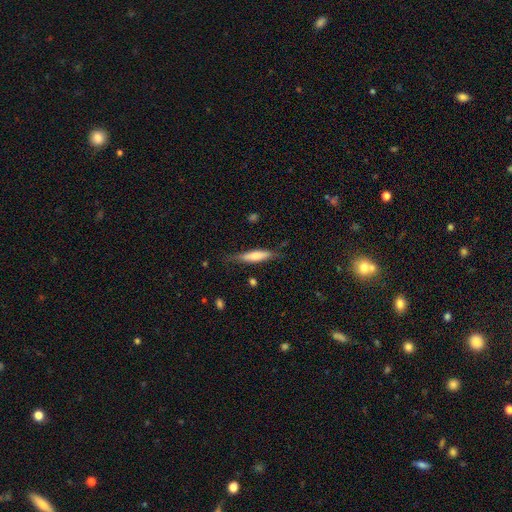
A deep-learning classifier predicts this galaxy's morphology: Smooth or featured: smooth — 62% (featured or disk — 32%)
How rounded: cigar-shaped — 79% (in between — 19%)
Merging: none — 73% (minor disturbance — 20%)